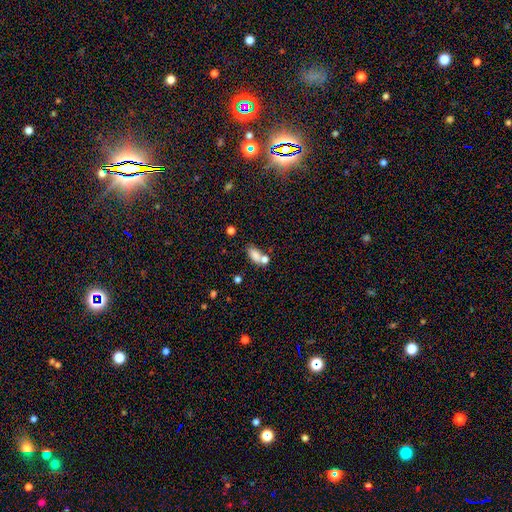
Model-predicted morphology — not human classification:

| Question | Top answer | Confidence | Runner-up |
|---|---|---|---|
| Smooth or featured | smooth | 78% | featured or disk (11%) |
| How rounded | in between | 83% | round (9%) |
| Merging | merger | 42% | none (38%) |